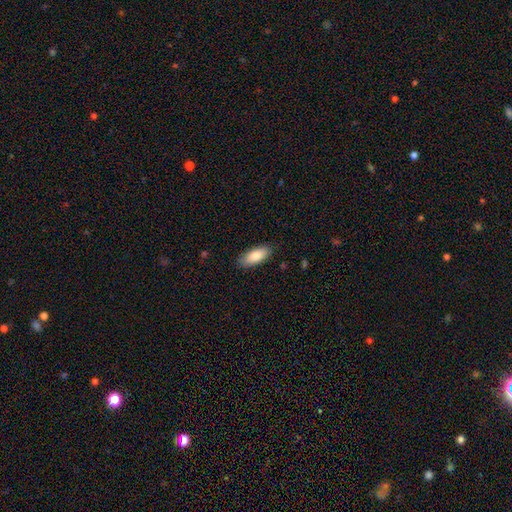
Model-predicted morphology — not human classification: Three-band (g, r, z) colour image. It shows a smooth galaxy with no disk features (83%) that is in between round and cigar-shaped (82%). Merging: none (86%).